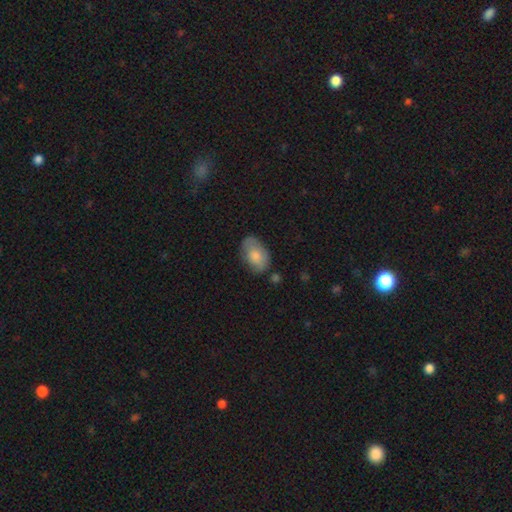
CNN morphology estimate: type=smooth (75%); roundness=in between (90%); merging=none (63%).